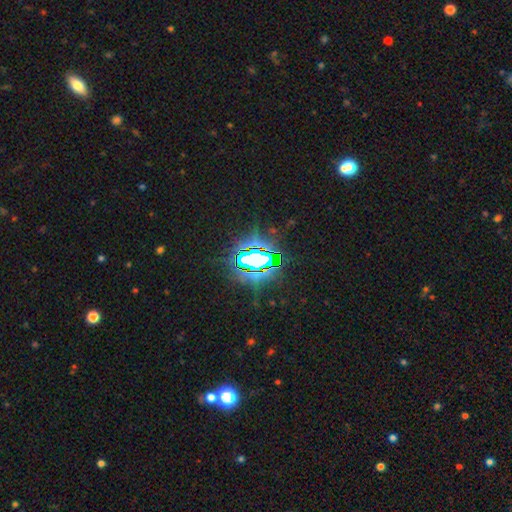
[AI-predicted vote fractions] star or artifact 83%, smooth 10%, featured or disk 7%.